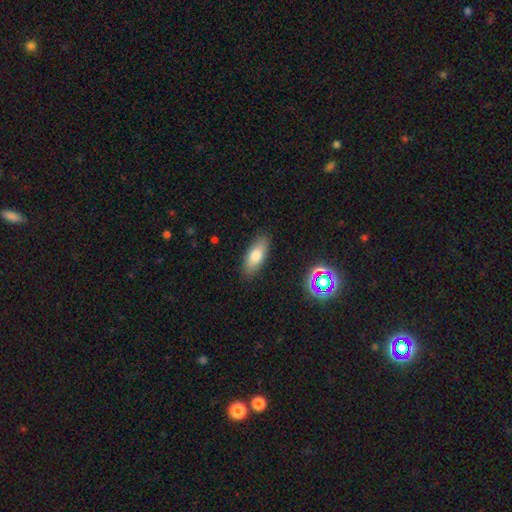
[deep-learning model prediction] Smooth or featured? Predicted: smooth (p=0.75). How rounded? Predicted: in between (p=0.77). Merging? Predicted: none (p=0.87).